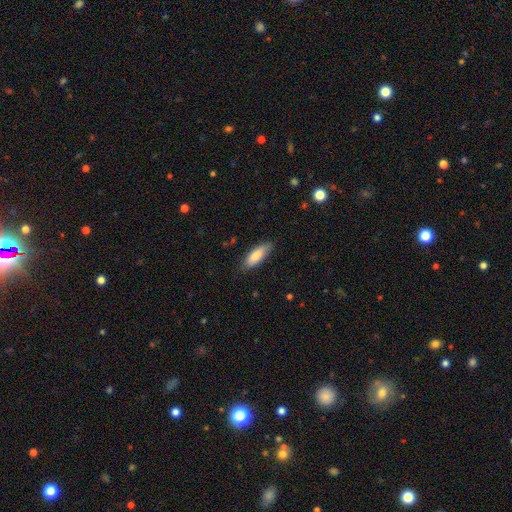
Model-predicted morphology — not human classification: The model was most divided on "how rounded": in between: 64%, cigar-shaped: 34%, round: 2%. More confident: merging — none (81%); smooth or featured — smooth (80%).